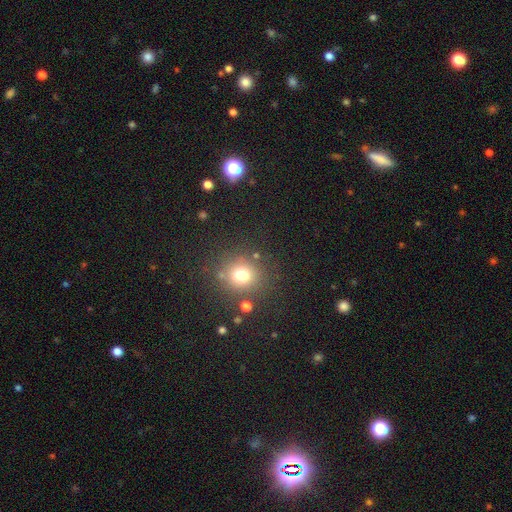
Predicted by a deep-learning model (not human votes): The model was most divided on "smooth or featured": smooth: 69%, star or artifact: 23%, featured or disk: 8%. More confident: how rounded — round (88%); merging — none (83%).